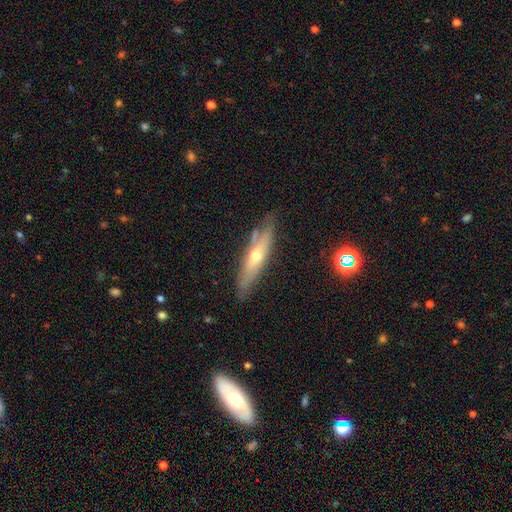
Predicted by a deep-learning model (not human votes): Q: Smooth or featured?
A: featured or disk (56%); runner-up: smooth (37%)
Q: Edge-on disk?
A: yes (76%); runner-up: no (24%)
Q: Merging?
A: none (77%); runner-up: minor disturbance (16%)